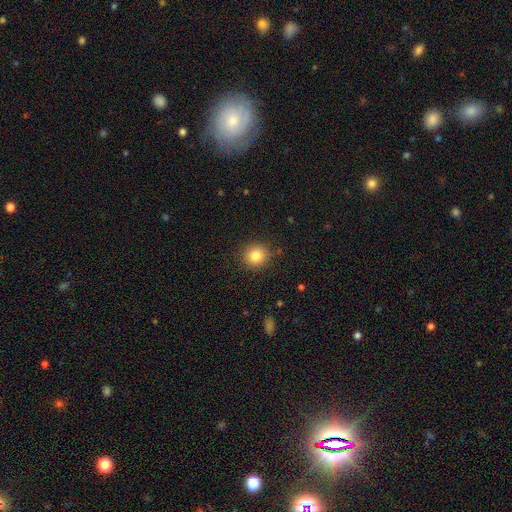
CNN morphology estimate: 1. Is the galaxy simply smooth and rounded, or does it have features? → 84% smooth, 10% star or artifact, 6% featured or disk.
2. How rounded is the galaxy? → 87% round, 12% in between, 1% cigar-shaped.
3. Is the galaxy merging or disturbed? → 88% none, 8% minor disturbance, 3% major disturbance, 1% merger.